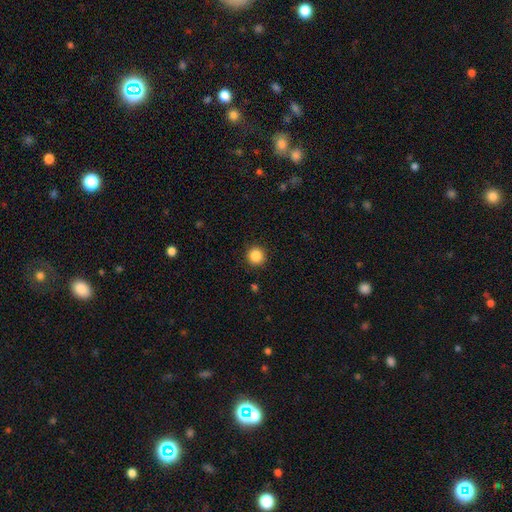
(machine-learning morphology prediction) The model was most divided on "smooth or featured": smooth: 87%, star or artifact: 10%, featured or disk: 3%. More confident: how rounded — round (94%); merging — none (91%).